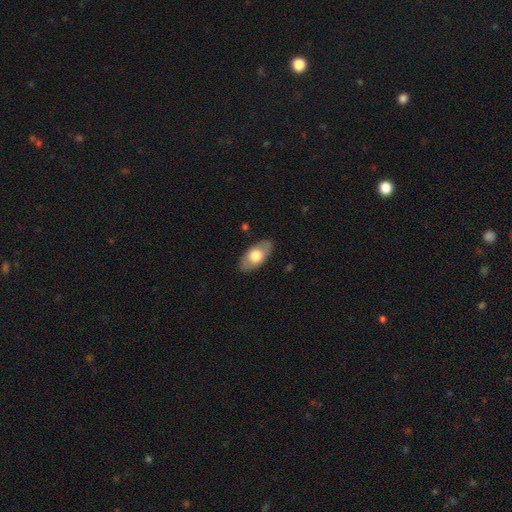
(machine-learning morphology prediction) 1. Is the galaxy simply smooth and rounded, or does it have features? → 63% smooth, 32% featured or disk, 5% star or artifact.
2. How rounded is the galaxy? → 92% in between, 4% cigar-shaped, 4% round.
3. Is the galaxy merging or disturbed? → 84% none, 12% minor disturbance, 3% major disturbance, 1% merger.